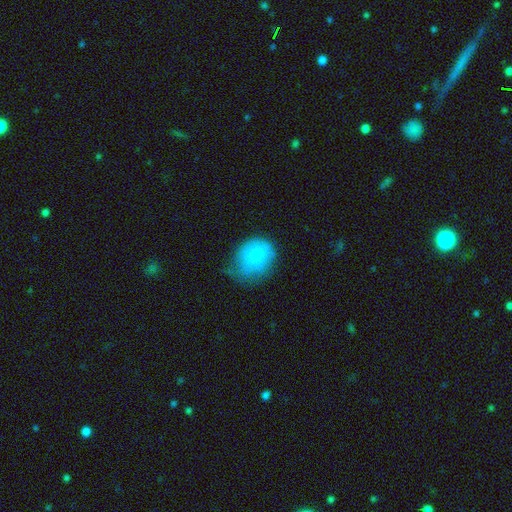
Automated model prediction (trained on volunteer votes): Smooth or featured? Predicted: smooth (p=0.79). How rounded? Predicted: round (p=0.60). Merging? Predicted: minor disturbance (p=0.44).